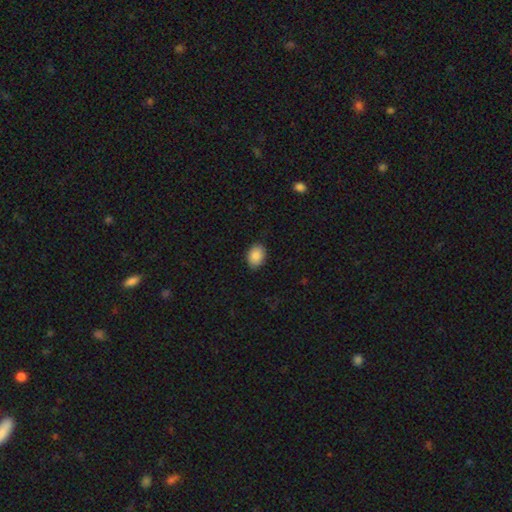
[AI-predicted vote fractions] The model was most divided on "how rounded": in between: 75%, round: 24%, cigar-shaped: 1%. More confident: smooth or featured — smooth (89%); merging — none (87%).